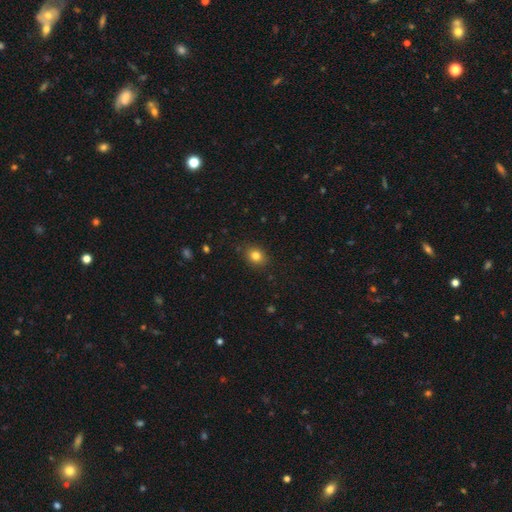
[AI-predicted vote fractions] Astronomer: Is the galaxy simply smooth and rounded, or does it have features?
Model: smooth — 82%.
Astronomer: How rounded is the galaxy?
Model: round — 50% (runner-up: in between, 49%).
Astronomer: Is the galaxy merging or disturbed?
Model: none — 86%.